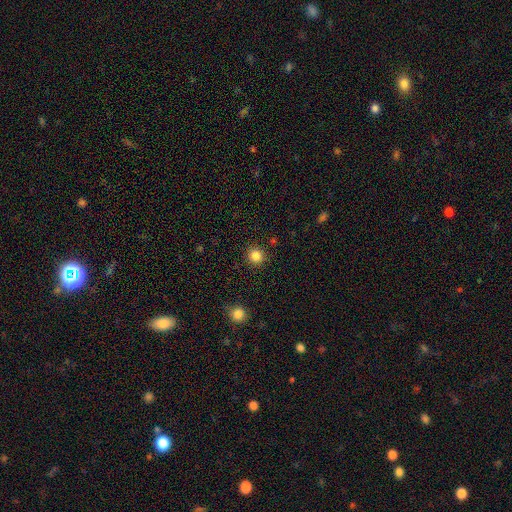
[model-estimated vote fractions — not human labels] smooth_or_featured: smooth (p=0.85) [alt: star or artifact p=0.12]
how_rounded: round (p=0.93) [alt: in between p=0.06]
merging: none (p=0.90) [alt: minor disturbance p=0.06]